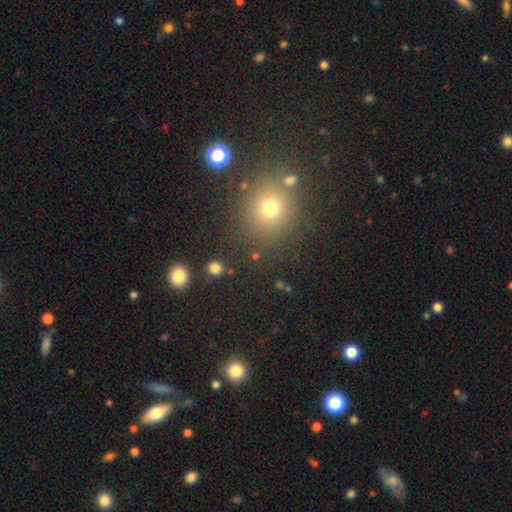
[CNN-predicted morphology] Smooth or featured: smooth — 64% (star or artifact — 27%)
How rounded: round — 80% (in between — 19%)
Merging: none — 83% (minor disturbance — 8%)